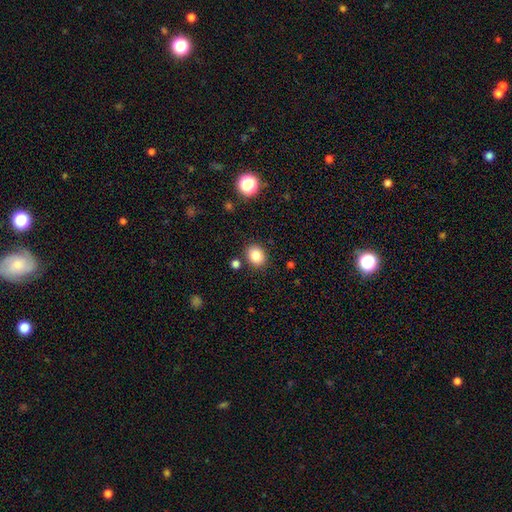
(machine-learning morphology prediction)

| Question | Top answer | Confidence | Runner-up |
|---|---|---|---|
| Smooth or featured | smooth | 84% | star or artifact (10%) |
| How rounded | round | 58% | in between (41%) |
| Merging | none | 86% | minor disturbance (8%) |